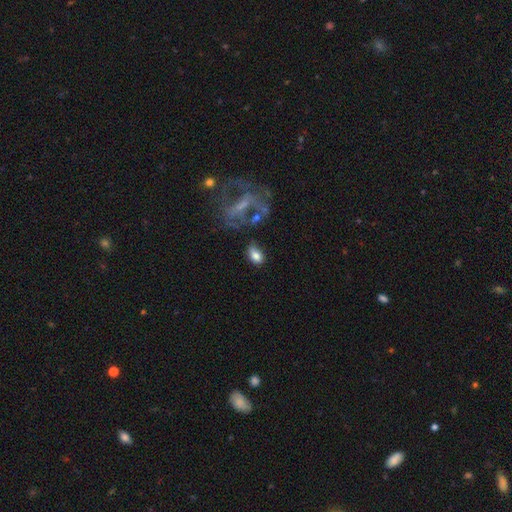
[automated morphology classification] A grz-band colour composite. It shows a smooth galaxy with no disk features (76%) that is in between round and cigar-shaped (86%). Merging: none (65%).